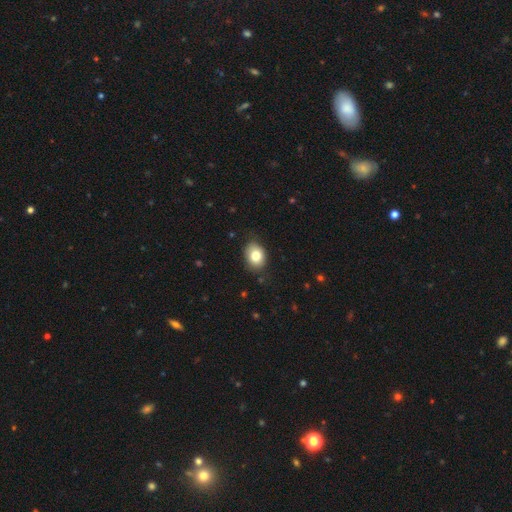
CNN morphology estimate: A smooth galaxy with no disk features (80%) that is in between round and cigar-shaped (66%).

Vote fractions:
- Smooth or featured? smooth: 80% / featured or disk: 11% / star or artifact: 9%
- How rounded? in between: 66% / round: 34% / cigar-shaped: 1%
- Merging? none: 82% / minor disturbance: 14% / major disturbance: 3% / merger: 1%